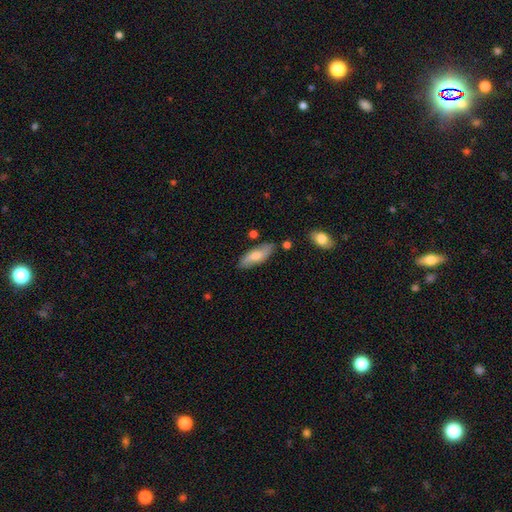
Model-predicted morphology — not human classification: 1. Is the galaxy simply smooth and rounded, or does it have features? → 52% smooth, 42% featured or disk, 7% star or artifact.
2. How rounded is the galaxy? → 62% in between, 35% cigar-shaped, 3% round.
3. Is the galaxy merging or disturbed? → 81% none, 13% minor disturbance, 3% merger, 3% major disturbance.